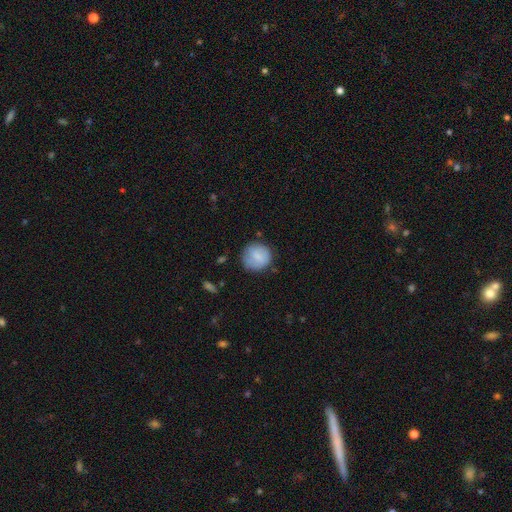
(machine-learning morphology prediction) A smooth galaxy with no disk features (77%) that is round (89%).

Vote fractions:
- Smooth or featured? smooth: 77% / featured or disk: 16% / star or artifact: 7%
- How rounded? round: 89% / in between: 10% / cigar-shaped: 1%
- Merging? none: 75% / minor disturbance: 18% / major disturbance: 5% / merger: 2%